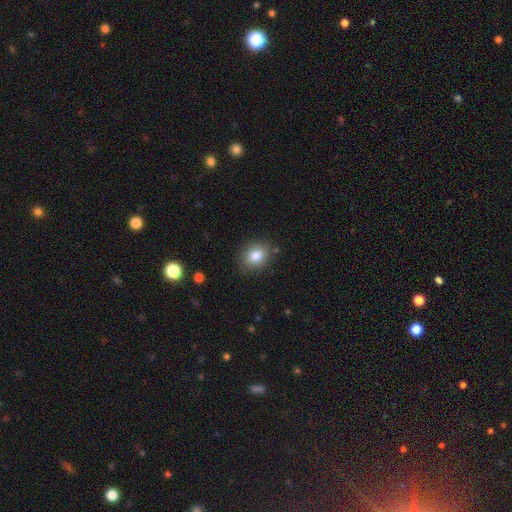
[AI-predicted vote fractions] Smooth or featured: smooth — 83% (star or artifact — 10%)
How rounded: round — 56% (in between — 43%)
Merging: none — 84% (minor disturbance — 11%)